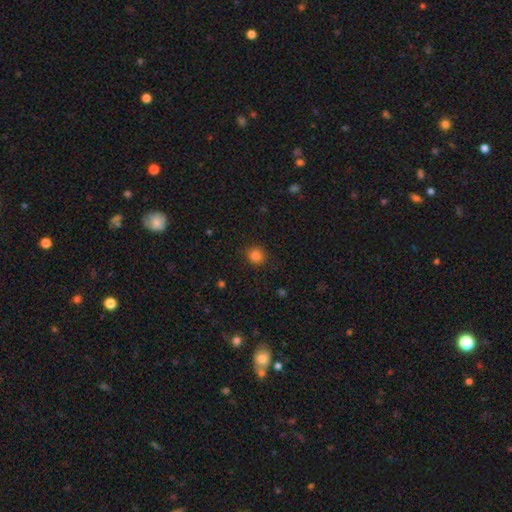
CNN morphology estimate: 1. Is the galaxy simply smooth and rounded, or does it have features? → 84% smooth, 12% star or artifact, 4% featured or disk.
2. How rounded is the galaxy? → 89% round, 10% in between, 1% cigar-shaped.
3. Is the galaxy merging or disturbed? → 89% none, 7% minor disturbance, 2% major disturbance, 1% merger.